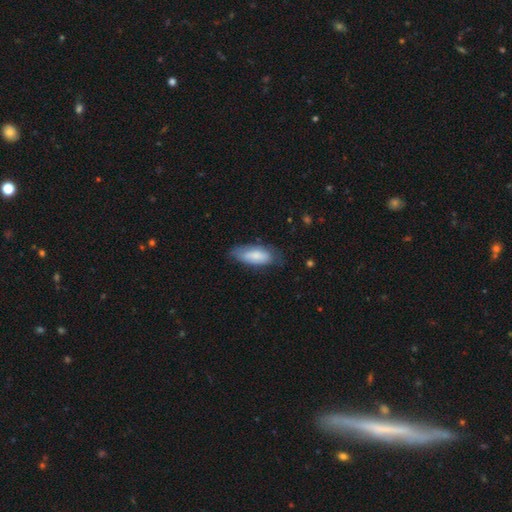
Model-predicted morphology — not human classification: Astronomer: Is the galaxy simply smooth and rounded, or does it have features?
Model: smooth — 72%.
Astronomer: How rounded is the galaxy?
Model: in between — 81%.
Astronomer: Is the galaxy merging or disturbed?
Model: none — 62%.